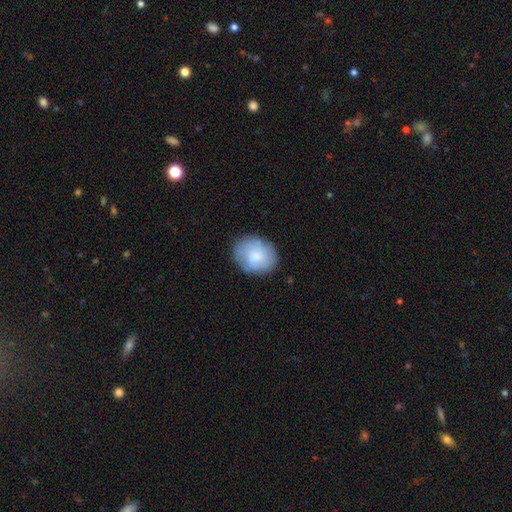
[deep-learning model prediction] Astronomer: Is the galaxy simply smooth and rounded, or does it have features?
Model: smooth — 71%.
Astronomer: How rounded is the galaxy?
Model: round — 53% (runner-up: in between, 46%).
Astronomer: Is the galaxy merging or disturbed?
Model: none — 78%.